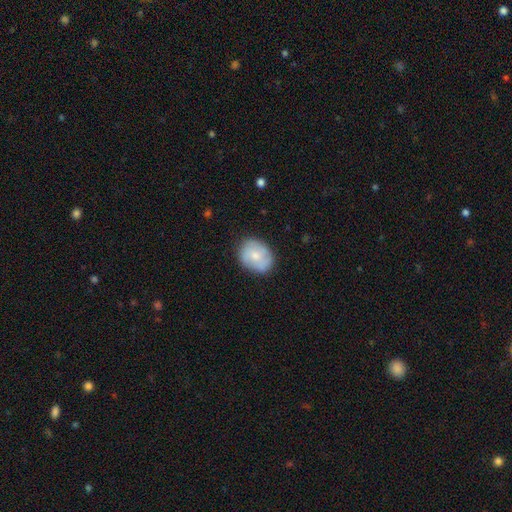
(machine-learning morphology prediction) This appears to be a smooth galaxy with no disk features (64%) that is round (52%). Merging: none (75%).